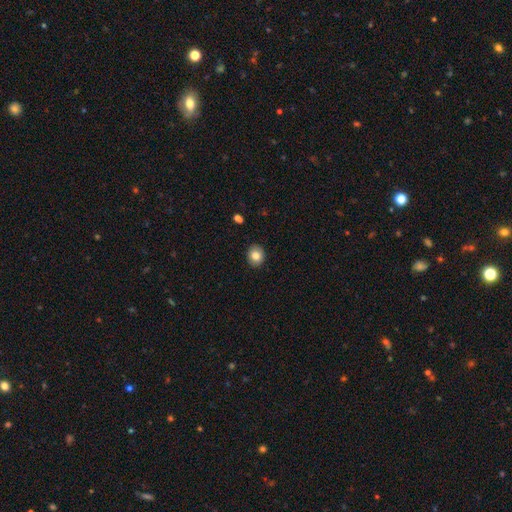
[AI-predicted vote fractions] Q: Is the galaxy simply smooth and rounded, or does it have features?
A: smooth — 83%.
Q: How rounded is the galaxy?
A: round — 72%.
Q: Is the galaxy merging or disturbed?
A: none — 90%.